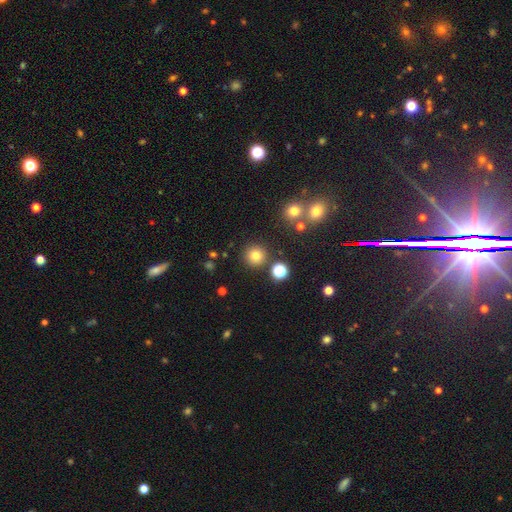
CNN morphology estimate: A smooth galaxy with no disk features (78%) that is round (94%). Merging: none (87%).